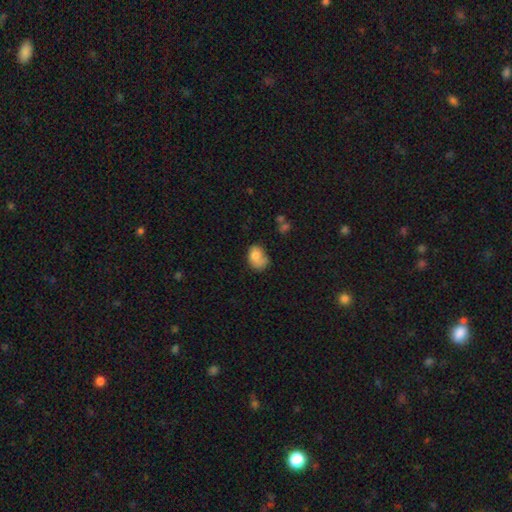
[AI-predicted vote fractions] Morphology: type=smooth (75%); roundness=in between (73%); merging=none (36%).